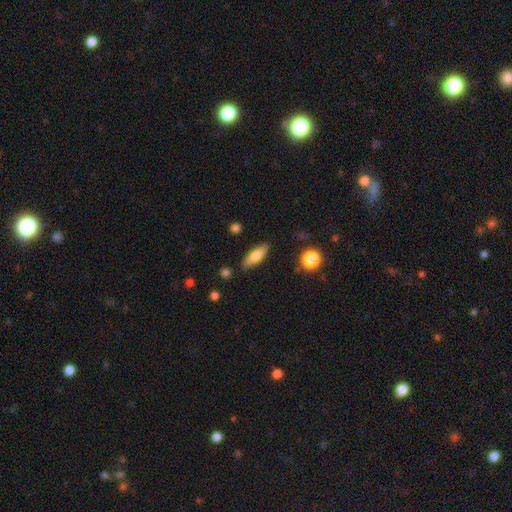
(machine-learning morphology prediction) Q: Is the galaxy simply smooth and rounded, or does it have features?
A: smooth — 73%.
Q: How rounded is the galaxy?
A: in between — 61%.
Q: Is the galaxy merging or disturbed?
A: none — 85%.